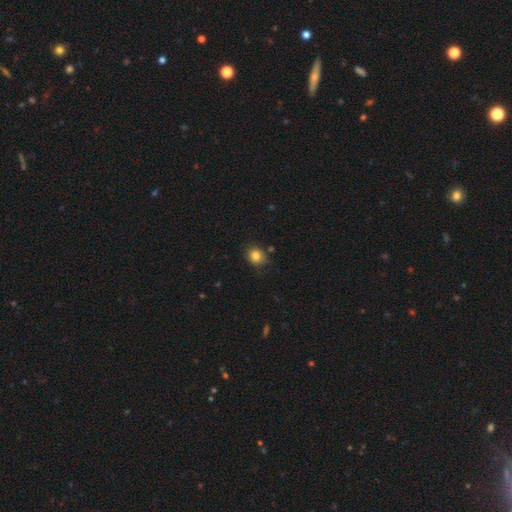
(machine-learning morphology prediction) Smooth or featured: smooth — 83% (star or artifact — 11%)
How rounded: round — 76% (in between — 23%)
Merging: none — 84% (minor disturbance — 11%)